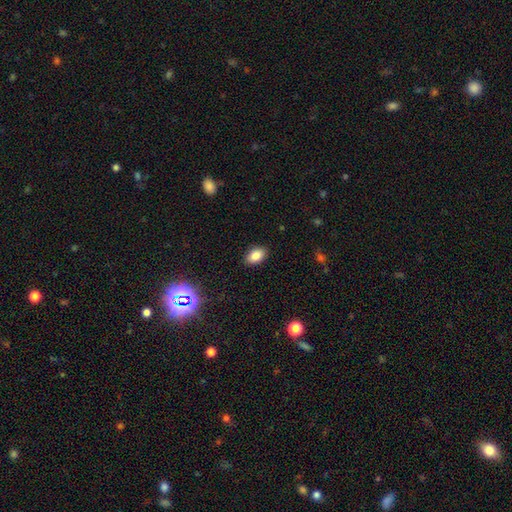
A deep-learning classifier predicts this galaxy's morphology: Smooth or featured? Predicted: smooth (p=0.85). How rounded? Predicted: in between (p=0.90). Merging? Predicted: none (p=0.89).